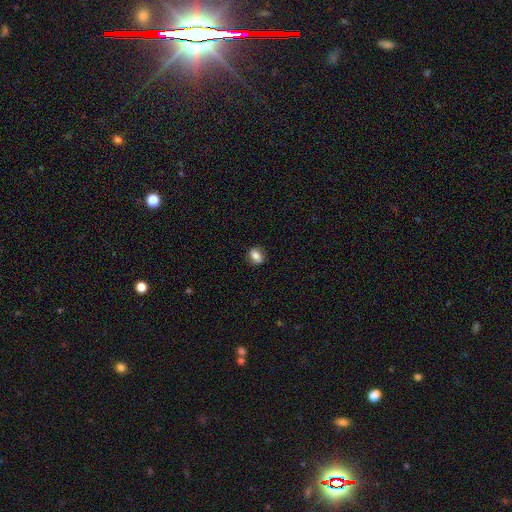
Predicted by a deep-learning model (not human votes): Smooth or featured? smooth (81%)
How rounded? in between (62%)
Merging? none (83%)